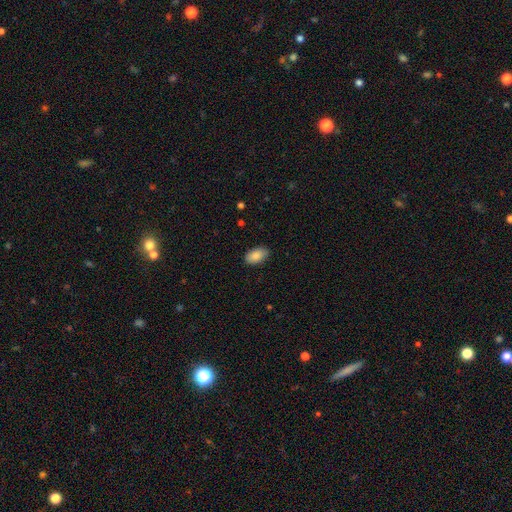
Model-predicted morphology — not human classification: smooth-or-featured: smooth: 87% | star or artifact: 7% | featured or disk: 7%
  how-rounded: in between: 94% | round: 5% | cigar-shaped: 2%
  merging: none: 87% | minor disturbance: 10% | major disturbance: 2% | merger: 1%